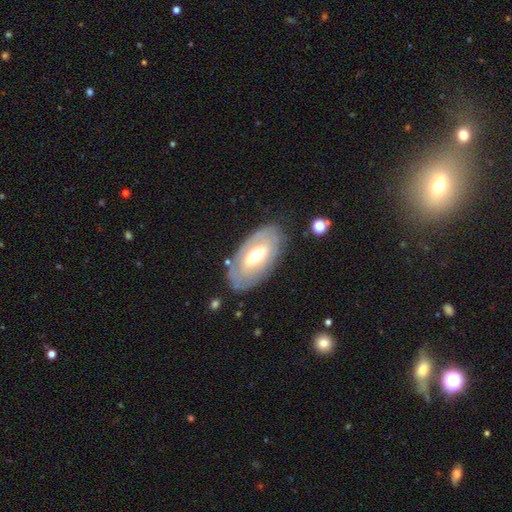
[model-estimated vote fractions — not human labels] This appears to be a featured or disk galaxy (58%). Merging: none (77%).